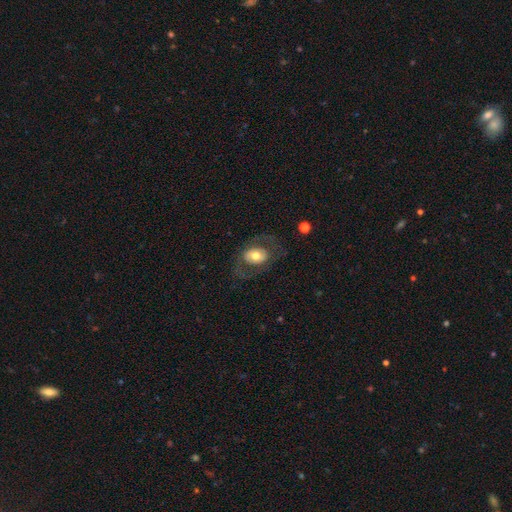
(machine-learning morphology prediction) smooth-or-featured: smooth: 50% | featured or disk: 43% | star or artifact: 7%
  merging: none: 68% | major disturbance: 16% | minor disturbance: 14% | merger: 1%